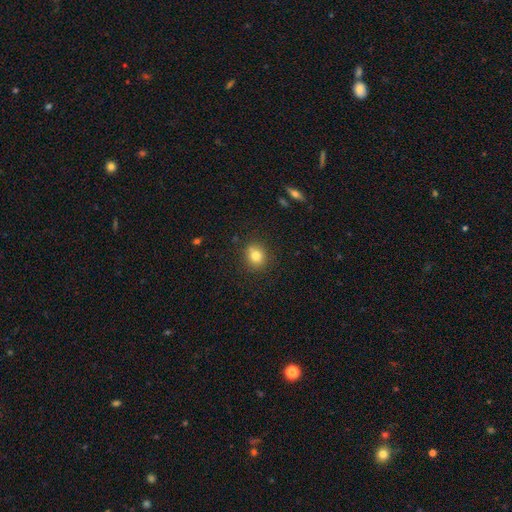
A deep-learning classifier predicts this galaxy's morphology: This appears to be a smooth galaxy with no disk features (80%) that is round (73%). Merging: none (84%).